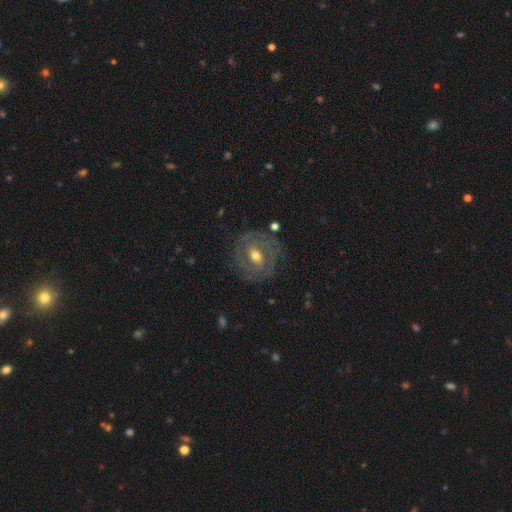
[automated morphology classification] Smooth or featured?
  - featured or disk: 80% *
  - smooth: 12%
  - star or artifact: 8%
Edge-on disk?
  - no: 96% *
  - yes: 4%
Bar?
  - weak: 46% *
  - no: 31%
  - strong: 23%
Spiral arms?
  - yes: 88% *
  - no: 12%
Spiral winding?
  - tight: 67% *
  - medium: 27%
  - loose: 6%
Spiral arm count?
  - 2: 47% *
  - can't tell: 25%
  - 3: 15%
  - 4: 5%
  - 1: 4%
  - more than 4: 4%
Bulge size?
  - moderate: 70% *
  - small: 24%
  - large: 4%
  - none: 1%
  - dominant: 1%
Merging?
  - none: 82% *
  - minor disturbance: 12%
  - major disturbance: 5%
  - merger: 1%